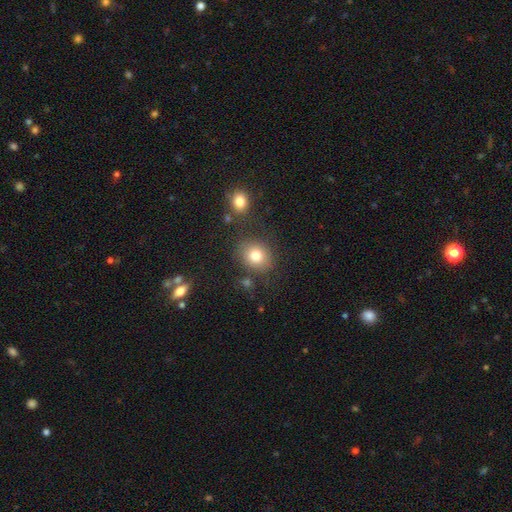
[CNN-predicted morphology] Smooth or featured?
  - smooth: 81% *
  - star or artifact: 11%
  - featured or disk: 8%
How rounded?
  - round: 71% *
  - in between: 28%
  - cigar-shaped: 1%
Merging?
  - none: 79% *
  - minor disturbance: 11%
  - merger: 6%
  - major disturbance: 4%